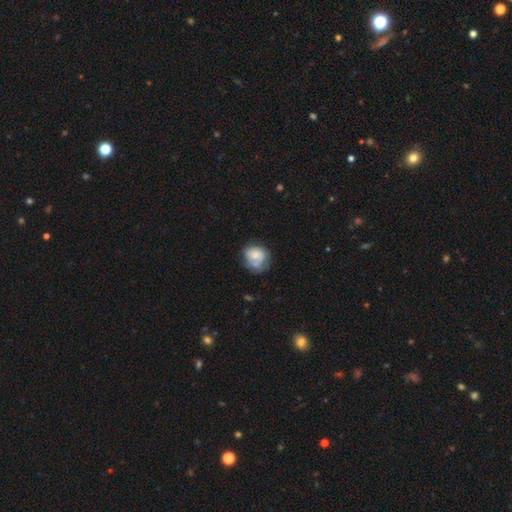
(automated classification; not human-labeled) A smooth galaxy with no disk features (60%) that is round (63%).

Vote fractions:
- Smooth or featured? smooth: 60% / featured or disk: 32% / star or artifact: 8%
- How rounded? round: 63% / in between: 36% / cigar-shaped: 1%
- Merging? none: 44% / minor disturbance: 30% / major disturbance: 17% / merger: 9%